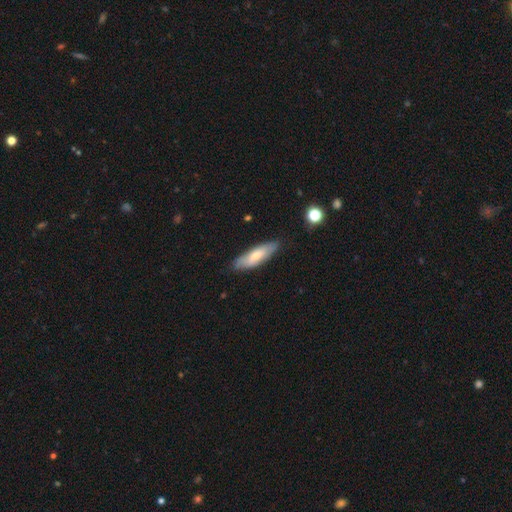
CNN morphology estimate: type=smooth (65%); roundness=in between (51%); merging=none (79%).